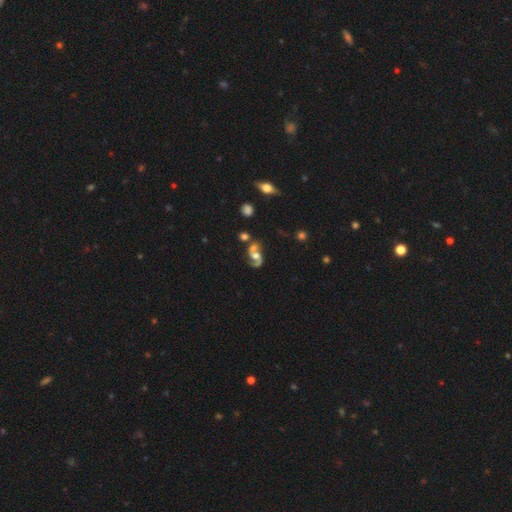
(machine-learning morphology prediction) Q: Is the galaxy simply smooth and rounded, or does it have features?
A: featured or disk — 81%.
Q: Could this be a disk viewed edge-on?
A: no — 97%.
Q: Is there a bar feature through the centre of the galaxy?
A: no — 63%.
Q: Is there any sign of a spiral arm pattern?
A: yes — 92%.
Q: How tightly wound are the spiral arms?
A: loose — 55%.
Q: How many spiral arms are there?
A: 2 — 88%.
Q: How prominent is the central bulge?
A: moderate — 61%.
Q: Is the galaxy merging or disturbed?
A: none — 43%.